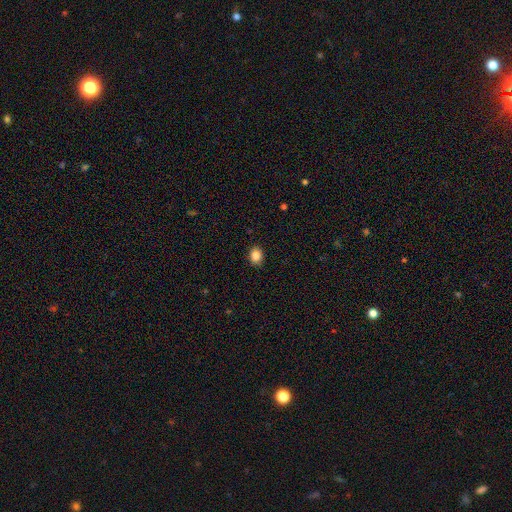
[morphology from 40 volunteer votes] type=smooth (78%); roundness=round (52%); merging=none (92%).